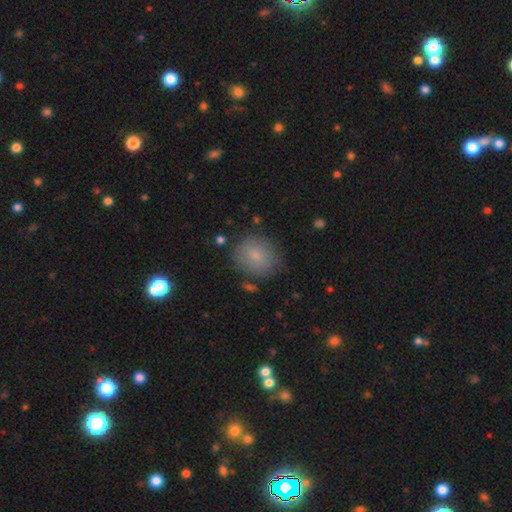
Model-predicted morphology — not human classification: Smooth or featured?
  - smooth: 79% *
  - featured or disk: 12%
  - star or artifact: 10%
How rounded?
  - round: 67% *
  - in between: 31%
  - cigar-shaped: 1%
Merging?
  - none: 79% *
  - minor disturbance: 15%
  - major disturbance: 4%
  - merger: 2%